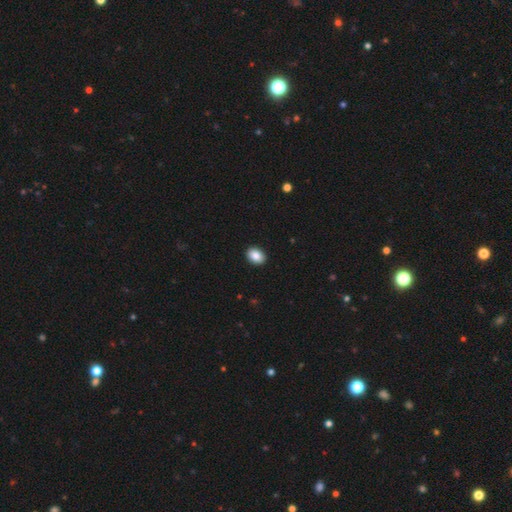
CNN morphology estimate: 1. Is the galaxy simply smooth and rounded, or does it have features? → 88% smooth, 8% star or artifact, 5% featured or disk.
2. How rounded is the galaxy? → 74% in between, 25% round, 1% cigar-shaped.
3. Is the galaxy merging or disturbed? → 92% none, 5% minor disturbance, 1% major disturbance, 1% merger.